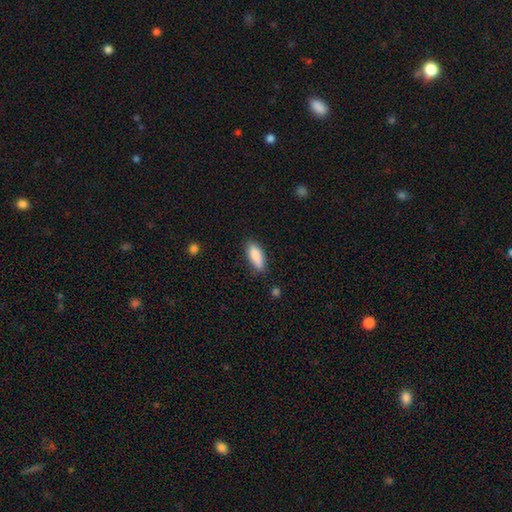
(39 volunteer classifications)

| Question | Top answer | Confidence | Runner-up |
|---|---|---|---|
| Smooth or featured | smooth | 82% | star or artifact (10%) |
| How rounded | in between | 78% | cigar-shaped (22%) |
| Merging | none | 77% | minor disturbance (17%) |